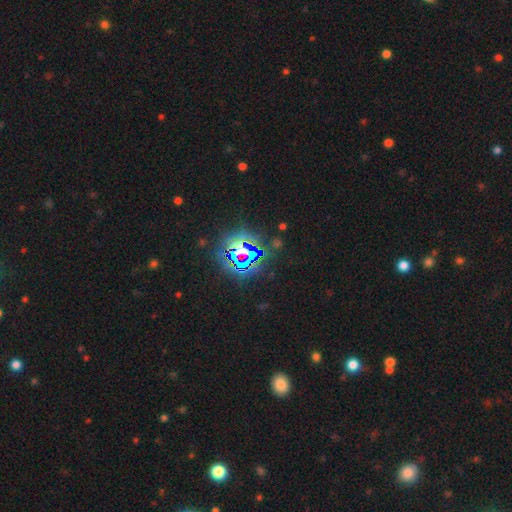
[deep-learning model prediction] smooth_or_featured: star or artifact (p=0.81) [alt: smooth p=0.11]